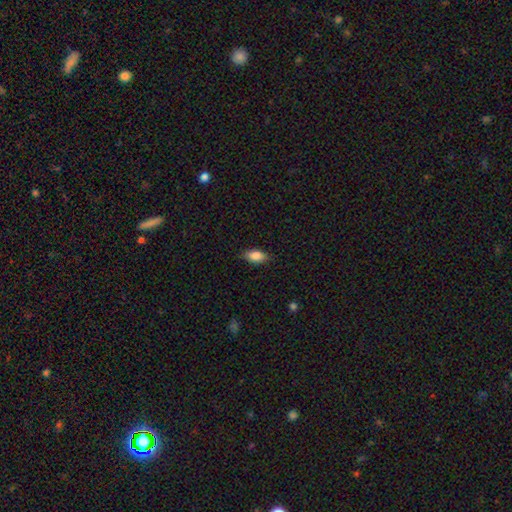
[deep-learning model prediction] This appears to be a smooth galaxy with no disk features (86%) that is in between round and cigar-shaped (89%). Merging: none (84%).